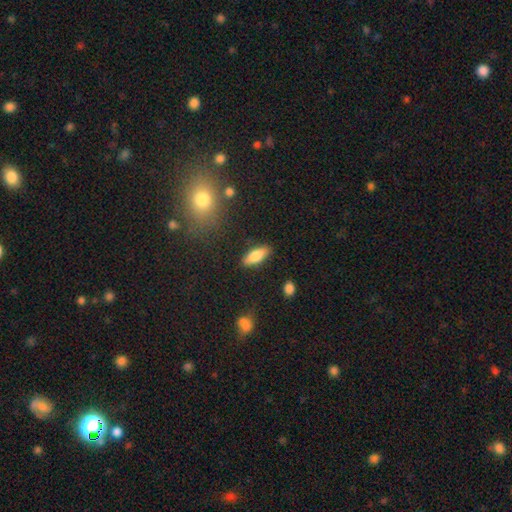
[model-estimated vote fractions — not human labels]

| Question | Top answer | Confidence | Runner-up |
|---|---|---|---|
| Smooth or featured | smooth | 79% | featured or disk (15%) |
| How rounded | in between | 69% | cigar-shaped (29%) |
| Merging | none | 86% | minor disturbance (10%) |